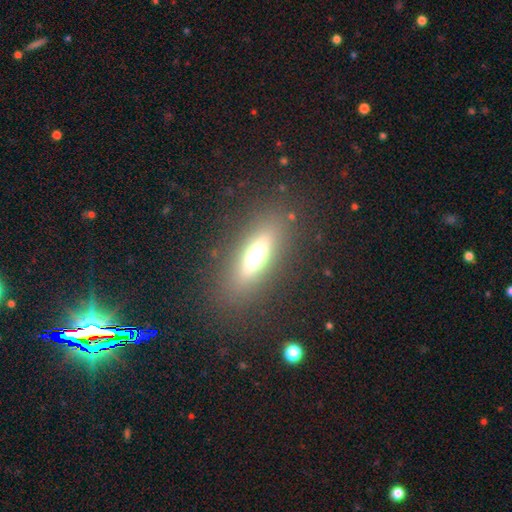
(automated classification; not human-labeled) Morphology: type=smooth (45%); merging=none (84%).